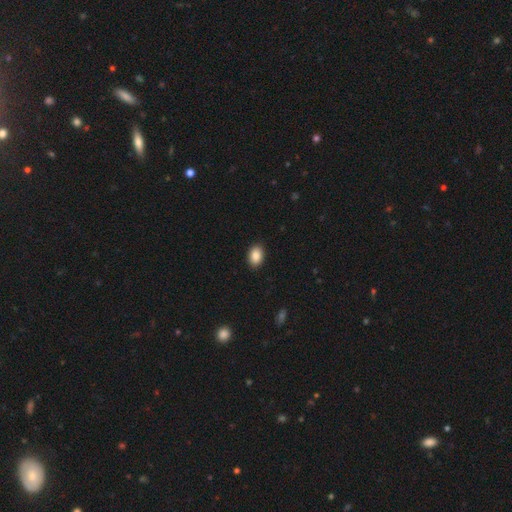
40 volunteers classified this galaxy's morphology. smooth 92%, star or artifact 8%, featured or disk 0%. Down the decision tree: how rounded — in between (70%); merging — none (89%).